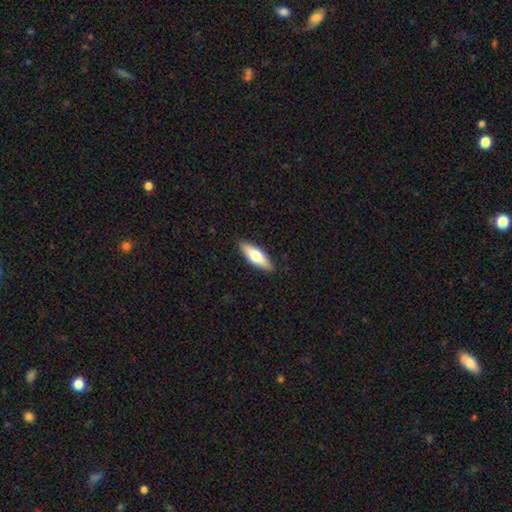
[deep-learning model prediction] Smooth or featured? smooth (63%)
How rounded? in between (54%)
Merging? none (90%)